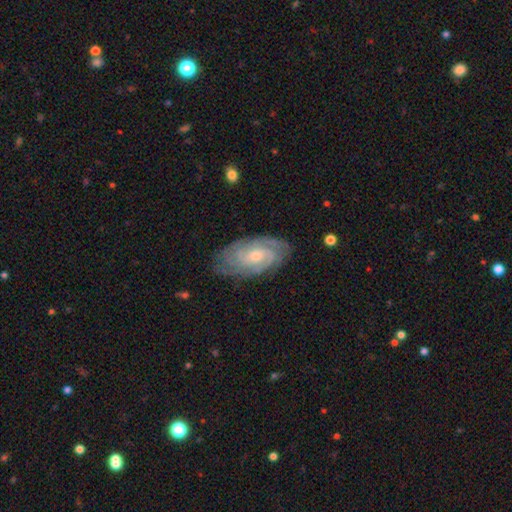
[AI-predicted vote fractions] Smooth or featured? featured or disk (86%)
Edge-on disk? no (96%)
Bar? no (64%)
Spiral arms? yes (97%)
Spiral winding? tight (74%)
Spiral arm count? can't tell (25%)
Bulge size? small (57%)
Merging? none (81%)